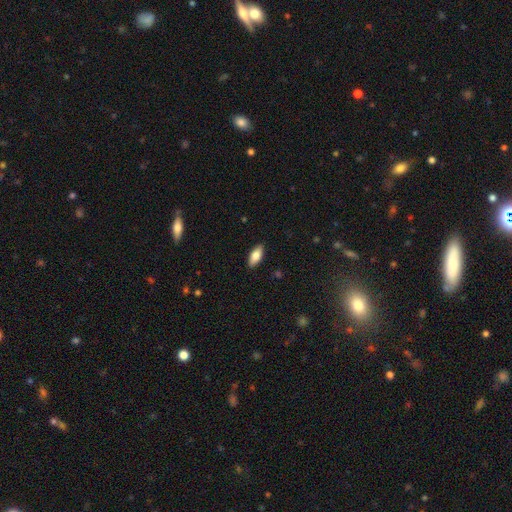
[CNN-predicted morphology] This is likely a smooth galaxy (79%). How rounded: clearly in between (85%). Merging: clearly none (89%).